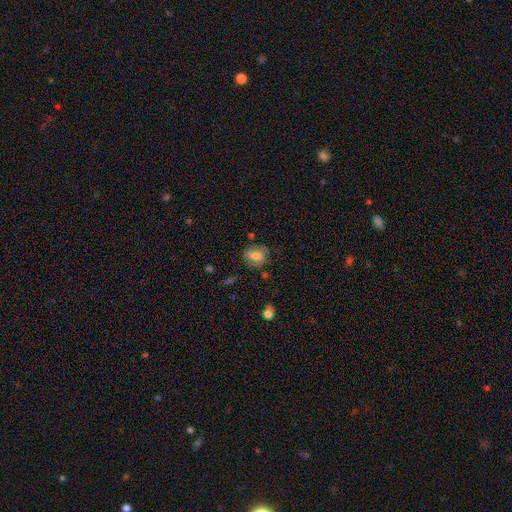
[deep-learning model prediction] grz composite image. It shows a smooth galaxy with no disk features (66%) that is in between round and cigar-shaped (55%). Merging: none (65%).